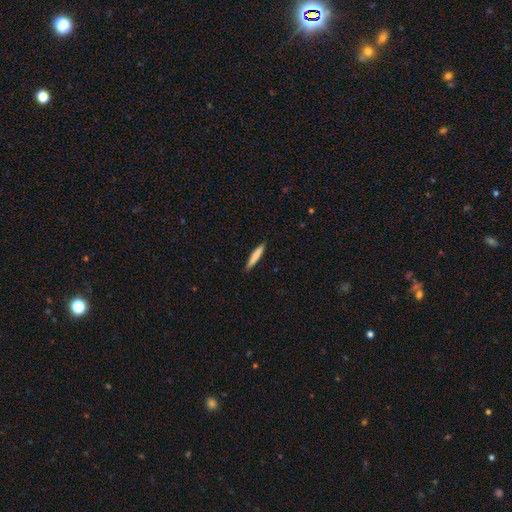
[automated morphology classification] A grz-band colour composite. It shows a smooth galaxy with no disk features (79%) that is cigar-shaped (93%). Merging: none (91%).